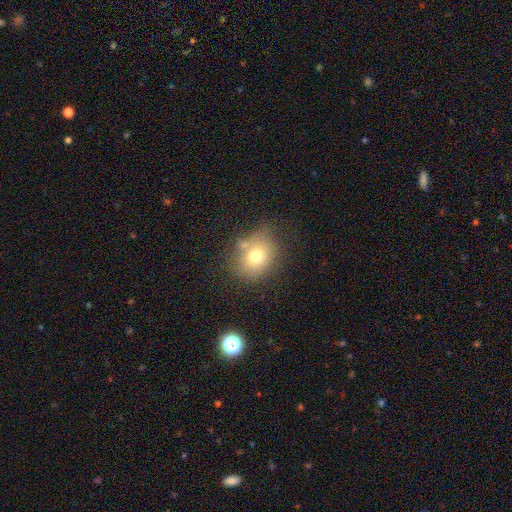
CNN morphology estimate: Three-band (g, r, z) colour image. It shows a smooth galaxy with no disk features (72%) that is round (54%). Merging: none (65%).